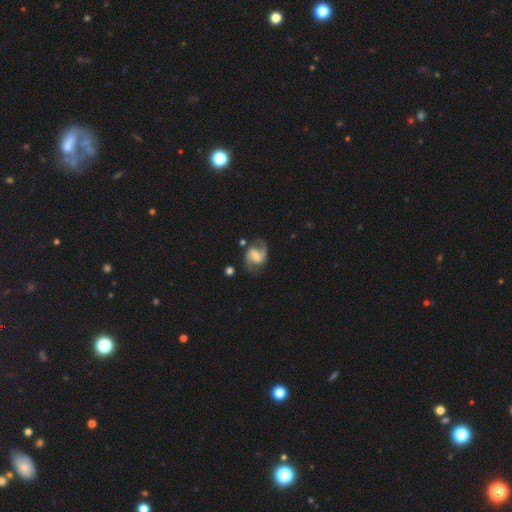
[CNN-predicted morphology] smooth_or_featured: featured or disk (p=0.86) [alt: smooth p=0.09]
disk_edge_on: no (p=0.98) [alt: yes p=0.02]
bar: weak (p=0.49) [alt: no p=0.27]
has_spiral_arms: yes (p=0.97) [alt: no p=0.03]
spiral_winding: medium (p=0.56) [alt: loose p=0.29]
spiral_arm_count: 2 (p=0.92) [alt: can't tell p=0.03]
bulge_size: small (p=0.45) [alt: moderate p=0.38]
merging: none (p=0.76) [alt: minor disturbance p=0.15]